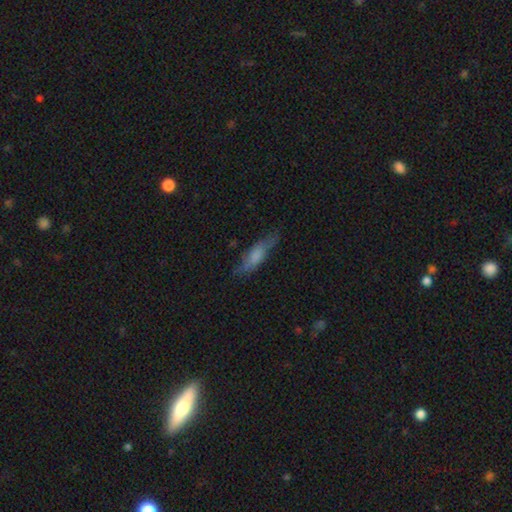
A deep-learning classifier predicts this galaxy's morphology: Q: Smooth or featured?
A: smooth (59%); runner-up: featured or disk (34%)
Q: How rounded?
A: cigar-shaped (57%); runner-up: in between (40%)
Q: Merging?
A: none (64%); runner-up: minor disturbance (25%)